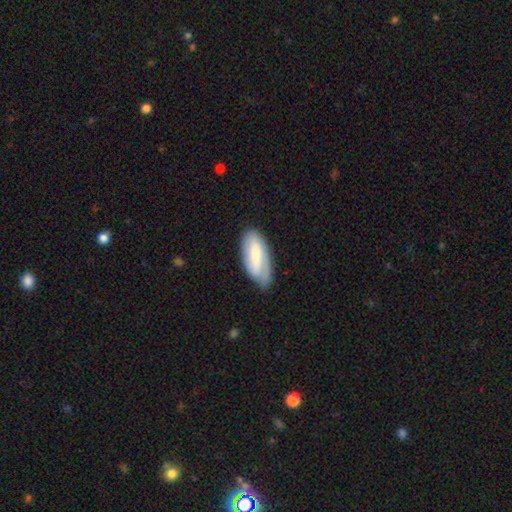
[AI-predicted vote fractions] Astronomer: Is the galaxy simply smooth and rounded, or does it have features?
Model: smooth — 64%.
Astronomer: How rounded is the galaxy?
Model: in between — 86%.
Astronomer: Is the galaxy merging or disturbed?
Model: none — 66%.